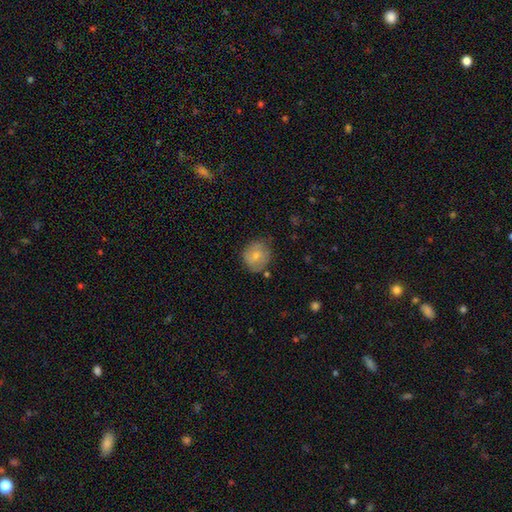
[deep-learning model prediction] smooth_or_featured: smooth (p=0.70) [alt: featured or disk p=0.23]
how_rounded: round (p=0.79) [alt: in between p=0.20]
merging: none (p=0.68) [alt: minor disturbance p=0.24]